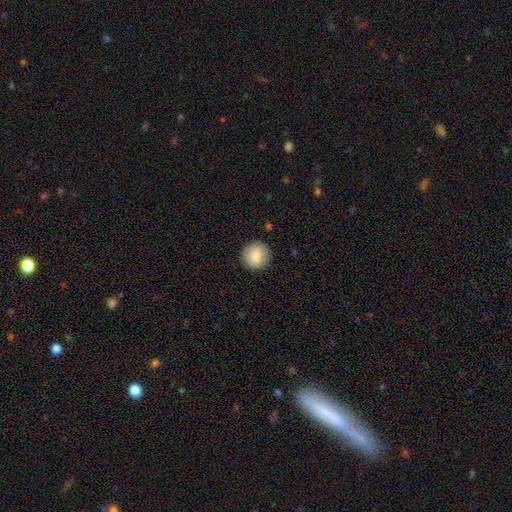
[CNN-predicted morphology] smooth 81%, featured or disk 11%, star or artifact 8%. Down the decision tree: how rounded — round (92%); merging — none (90%).